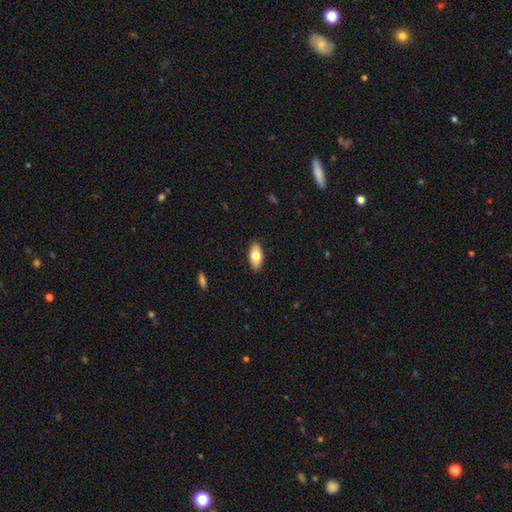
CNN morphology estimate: Overall: smooth (74%). How rounded: in between (90%). Merging: none (89%).